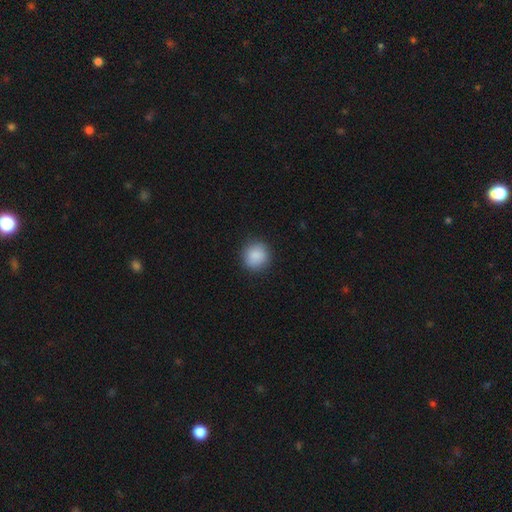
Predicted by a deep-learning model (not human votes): Smooth or featured: smooth — 88% (star or artifact — 8%)
How rounded: round — 91% (in between — 8%)
Merging: none — 90% (minor disturbance — 7%)